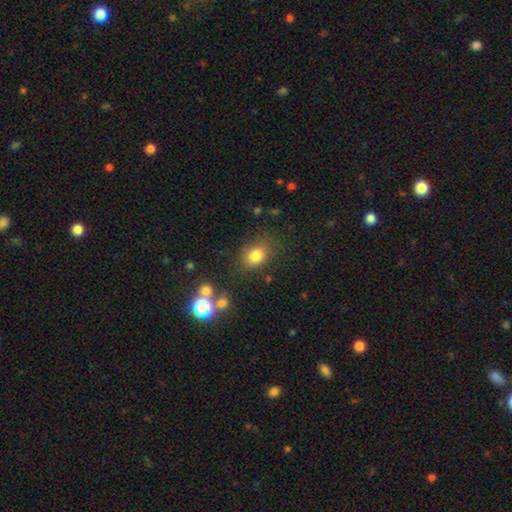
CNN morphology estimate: smooth 80%, star or artifact 12%, featured or disk 8%. Down the decision tree: how rounded — in between (64%); merging — none (76%).